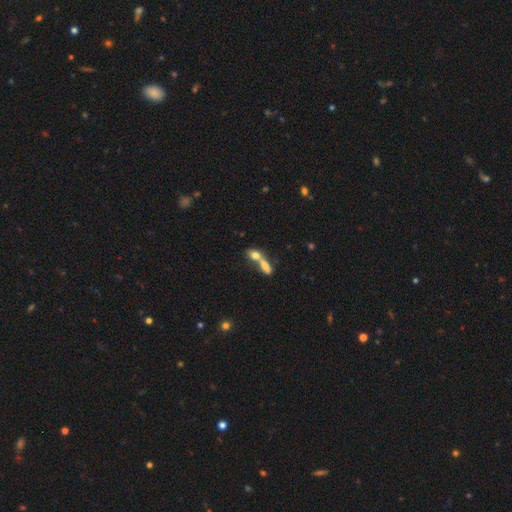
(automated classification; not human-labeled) smooth-or-featured: smooth: 69% | featured or disk: 22% | star or artifact: 10%
  how-rounded: in between: 59% | round: 21% | cigar-shaped: 20%
  merging: merger: 73% | none: 18% | minor disturbance: 5% | major disturbance: 4%